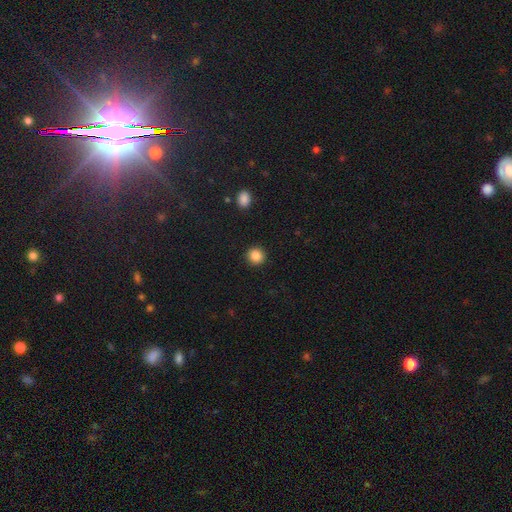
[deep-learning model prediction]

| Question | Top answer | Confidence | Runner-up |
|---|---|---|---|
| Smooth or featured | smooth | 86% | star or artifact (10%) |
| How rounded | round | 92% | in between (7%) |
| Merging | none | 92% | minor disturbance (5%) |